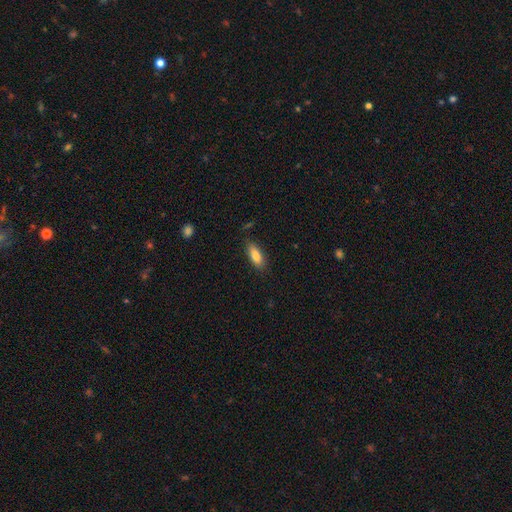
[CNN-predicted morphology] A smooth galaxy with no disk features (82%) that is in between round and cigar-shaped (74%).

Vote fractions:
- Smooth or featured? smooth: 82% / featured or disk: 11% / star or artifact: 7%
- How rounded? in between: 74% / cigar-shaped: 24% / round: 2%
- Merging? none: 83% / minor disturbance: 12% / major disturbance: 3% / merger: 1%